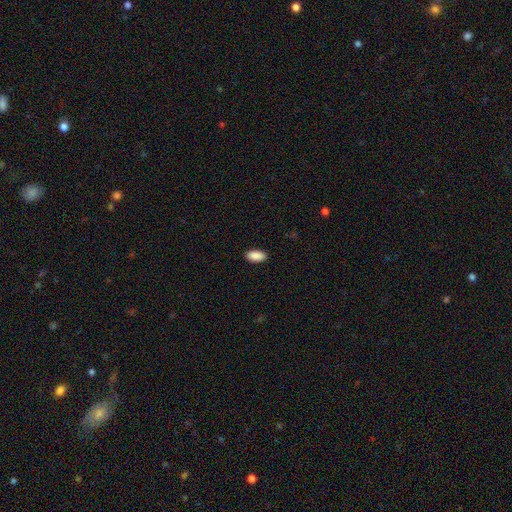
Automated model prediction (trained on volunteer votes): The model was most divided on "merging": none: 90%, minor disturbance: 7%, major disturbance: 2%, merger: 1%. More confident: how rounded — in between (92%); smooth or featured — smooth (90%).